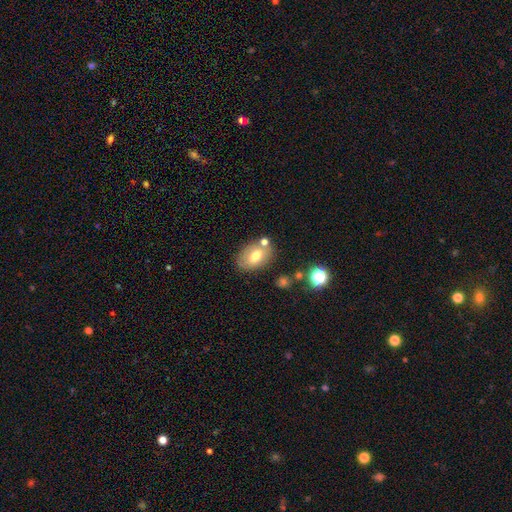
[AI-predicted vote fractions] Smooth or featured?
  - smooth: 68% *
  - featured or disk: 23%
  - star or artifact: 9%
How rounded?
  - in between: 82% *
  - round: 17%
  - cigar-shaped: 1%
Merging?
  - none: 69% *
  - minor disturbance: 15%
  - merger: 11%
  - major disturbance: 4%